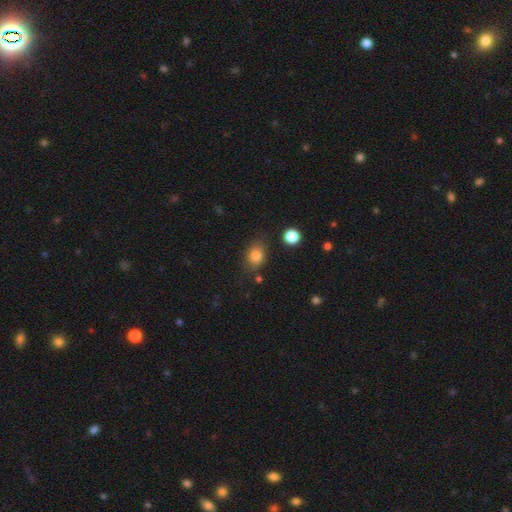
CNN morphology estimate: smooth-or-featured: smooth: 82% | star or artifact: 11% | featured or disk: 7%
  how-rounded: in between: 60% | round: 39% | cigar-shaped: 1%
  merging: none: 76% | minor disturbance: 16% | major disturbance: 5% | merger: 4%